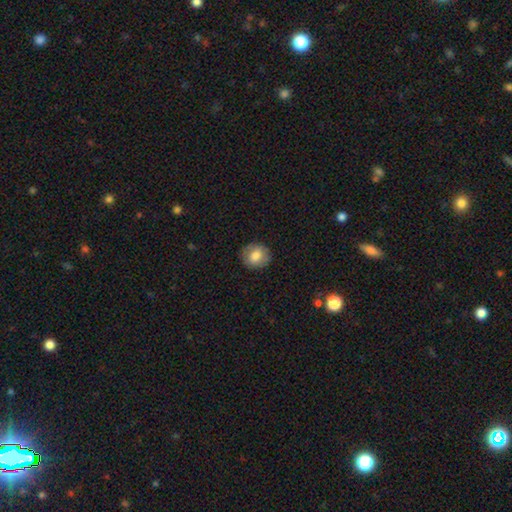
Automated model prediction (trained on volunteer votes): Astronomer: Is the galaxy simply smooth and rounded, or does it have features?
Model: smooth — 77%.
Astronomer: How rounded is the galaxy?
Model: round — 80%.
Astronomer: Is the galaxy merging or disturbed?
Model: none — 87%.